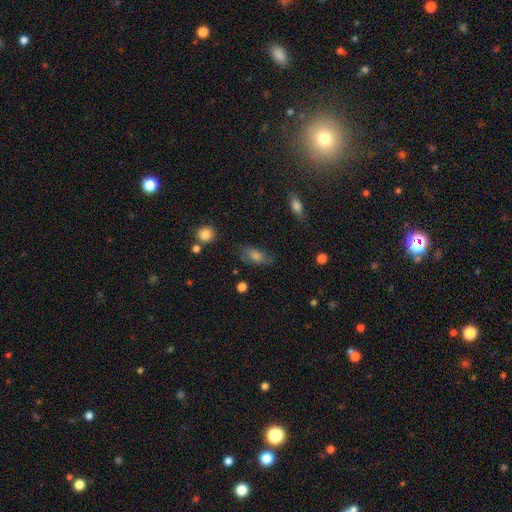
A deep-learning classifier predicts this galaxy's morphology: Overall: smooth (57%; featured or disk 27%). How rounded: in between (81%). Merging: none (69%).